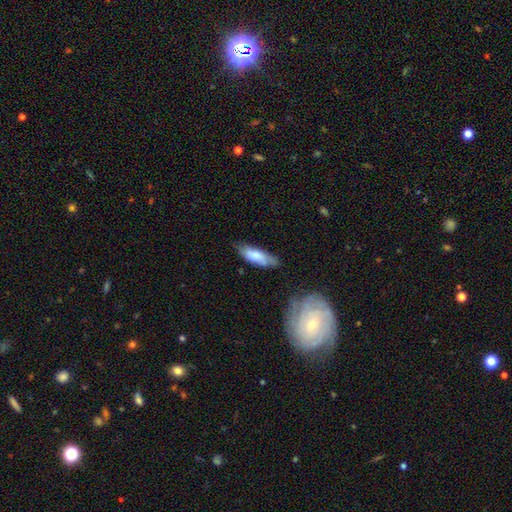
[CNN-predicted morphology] type=smooth (71%); roundness=in between (55%); merging=none (63%).